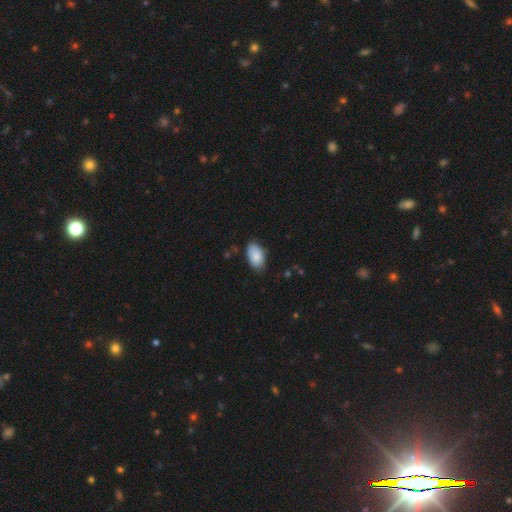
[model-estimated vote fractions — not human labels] The model was most divided on "merging": none: 78%, minor disturbance: 18%, major disturbance: 3%, merger: 1%. More confident: how rounded — in between (94%); smooth or featured — smooth (87%).